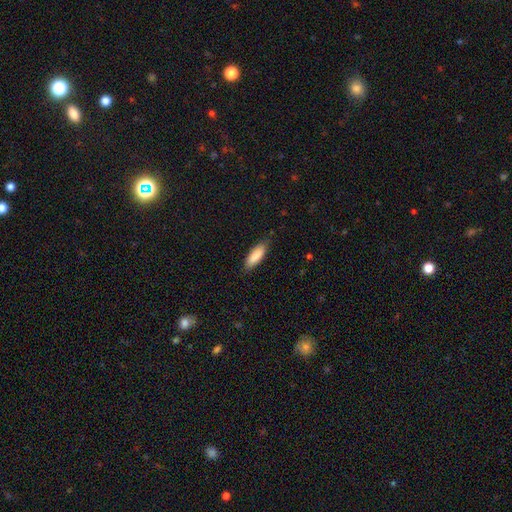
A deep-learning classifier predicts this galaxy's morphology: Smooth or featured?
  - smooth: 88% *
  - featured or disk: 7%
  - star or artifact: 6%
How rounded?
  - in between: 61% *
  - cigar-shaped: 38%
  - round: 1%
Merging?
  - none: 82% *
  - minor disturbance: 15%
  - major disturbance: 2%
  - merger: 1%